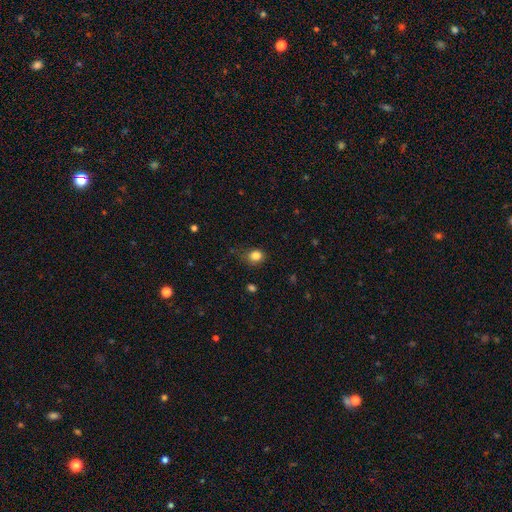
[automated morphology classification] smooth 83%, star or artifact 12%, featured or disk 5%. Down the decision tree: how rounded — round (59%); merging — none (67%).